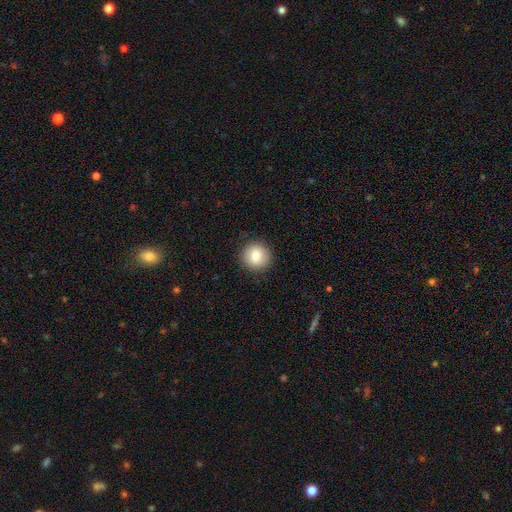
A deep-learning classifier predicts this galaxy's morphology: Smooth or featured? smooth (82%)
How rounded? round (92%)
Merging? none (90%)